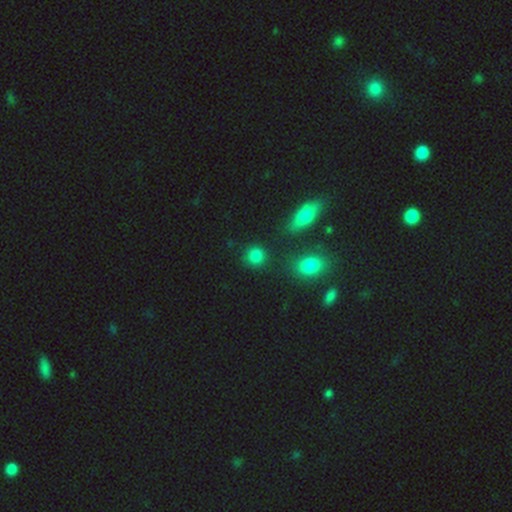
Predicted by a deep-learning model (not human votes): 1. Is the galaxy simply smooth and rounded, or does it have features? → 82% smooth, 13% star or artifact, 5% featured or disk.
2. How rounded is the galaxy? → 87% round, 12% in between, 2% cigar-shaped.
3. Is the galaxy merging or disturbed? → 82% none, 9% minor disturbance, 5% merger, 3% major disturbance.